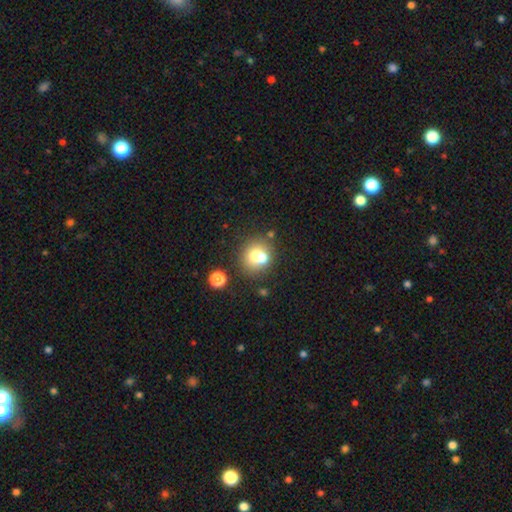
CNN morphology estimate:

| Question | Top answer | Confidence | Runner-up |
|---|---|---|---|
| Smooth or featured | smooth | 65% | featured or disk (22%) |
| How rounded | round | 79% | in between (20%) |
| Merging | none | 44% | merger (43%) |